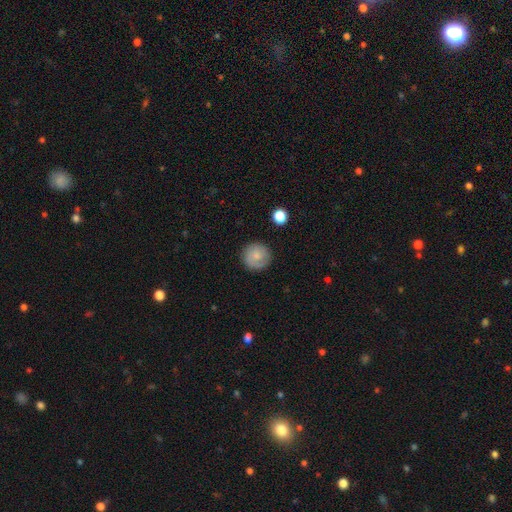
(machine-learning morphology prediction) type=smooth (66%); roundness=round (93%); merging=none (86%).